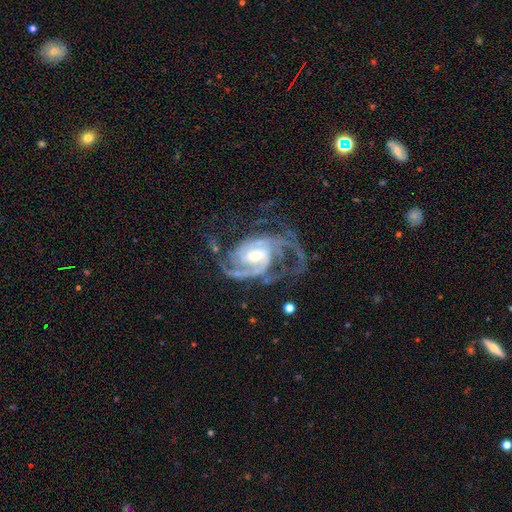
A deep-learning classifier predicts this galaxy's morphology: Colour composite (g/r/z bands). It shows a featured or disk galaxy (92%) with a weak bar (45%), 2 (40%) medium (48%) spiral arms (98%) and a small central bulge (48%). Merging: none (55%).